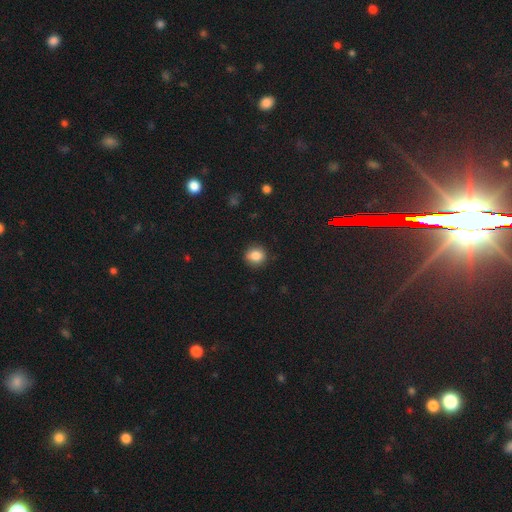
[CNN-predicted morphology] A smooth galaxy with no disk features (85%) that is round (83%). Merging: none (88%).